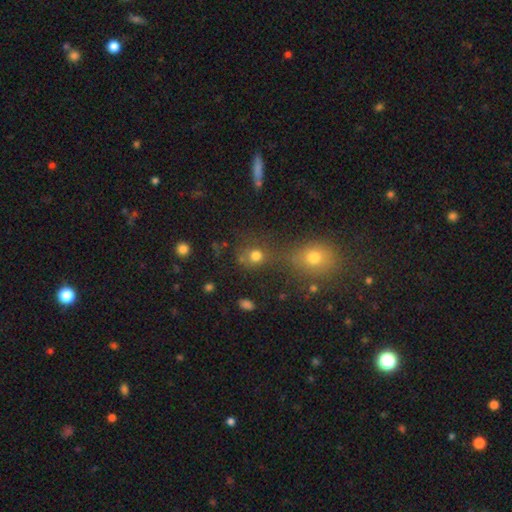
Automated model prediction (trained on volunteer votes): Smooth or featured: smooth — 73% (star or artifact — 18%)
How rounded: round — 80% (in between — 18%)
Merging: none — 49% (merger — 34%)